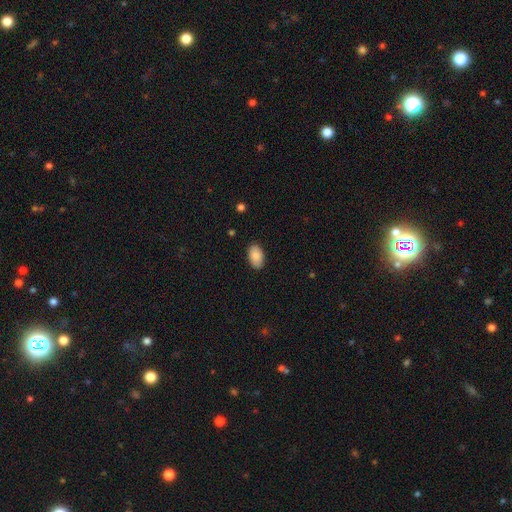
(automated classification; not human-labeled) A smooth galaxy with no disk features (89%) that is in between round and cigar-shaped (94%).

Vote fractions:
- Smooth or featured? smooth: 89% / star or artifact: 6% / featured or disk: 5%
- How rounded? in between: 94% / round: 5% / cigar-shaped: 1%
- Merging? none: 88% / minor disturbance: 9% / major disturbance: 2% / merger: 1%